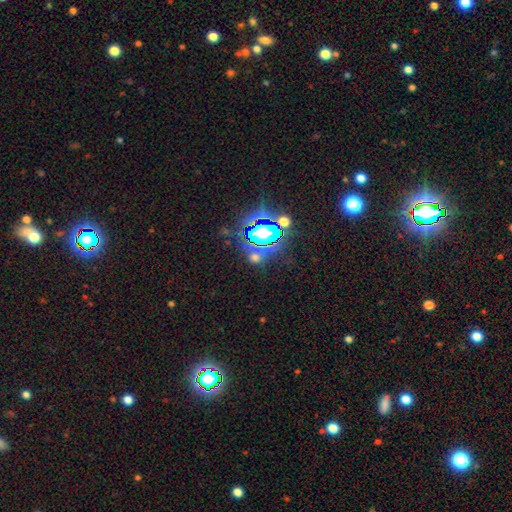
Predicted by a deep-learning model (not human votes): smooth_or_featured: star or artifact (p=0.68) [alt: smooth p=0.20]